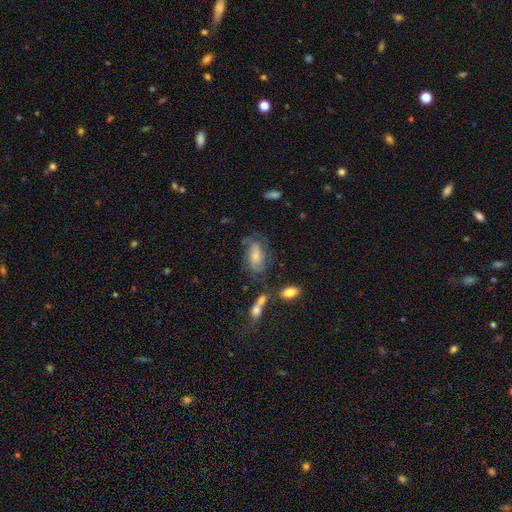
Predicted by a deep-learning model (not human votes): This appears to be a featured or disk galaxy (49%). Merging: none (56%).